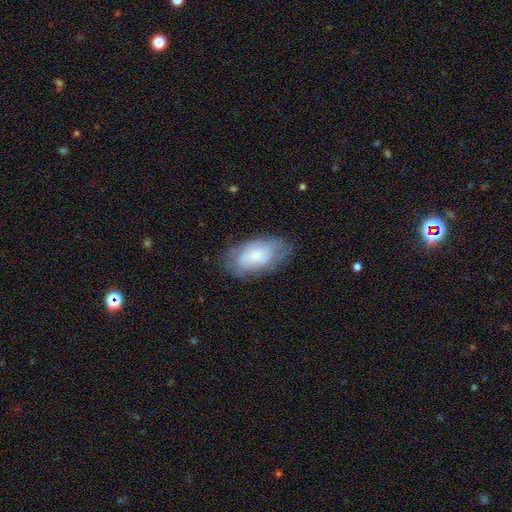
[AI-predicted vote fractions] Overall: smooth (53%; featured or disk 40%). How rounded: in between (93%). Merging: none (69%).